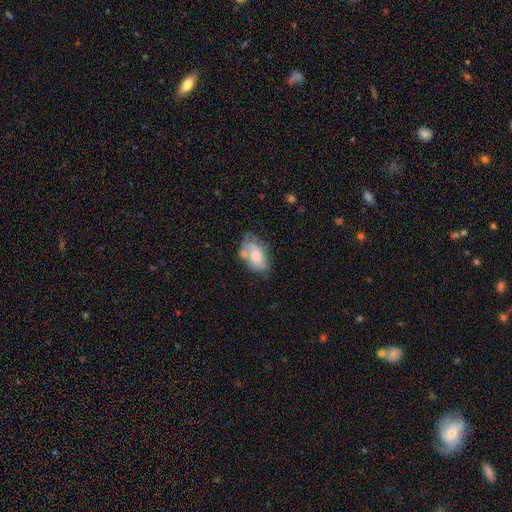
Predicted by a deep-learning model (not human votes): smooth_or_featured: smooth (p=0.59) [alt: featured or disk p=0.33]
how_rounded: in between (p=0.91) [alt: round p=0.06]
merging: none (p=0.44) [alt: minor disturbance p=0.28]